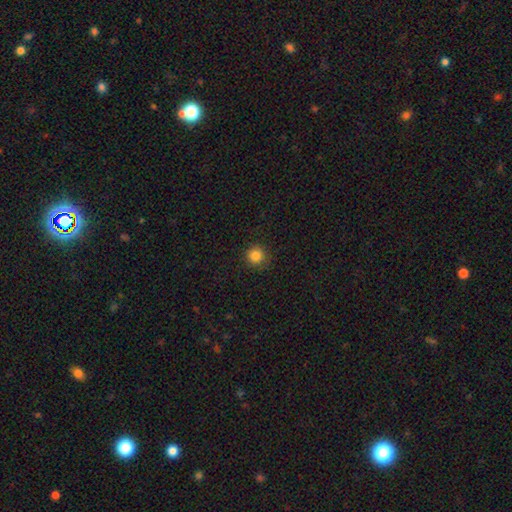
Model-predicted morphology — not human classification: smooth 84%, star or artifact 12%, featured or disk 4%. Down the decision tree: how rounded — round (94%); merging — none (90%).